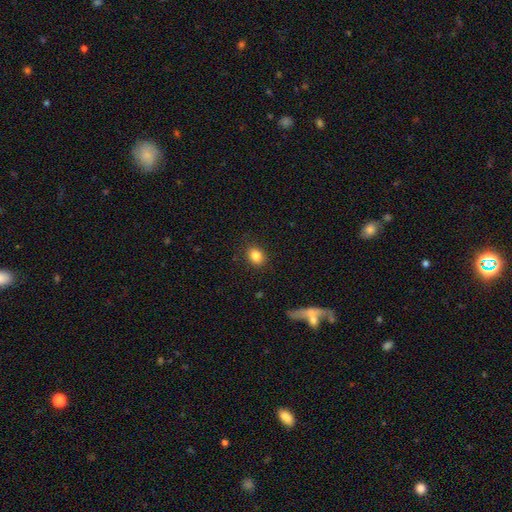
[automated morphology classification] The model was most divided on "how rounded": round: 52%, in between: 47%, cigar-shaped: 1%. More confident: merging — none (87%); smooth or featured — smooth (84%).